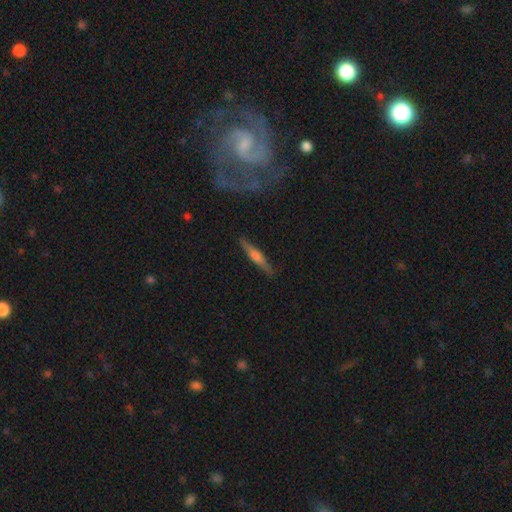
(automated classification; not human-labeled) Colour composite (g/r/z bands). It shows a featured or disk galaxy (64%) viewed edge-on (95%) with a rounded central bulge (85%). Merging: none (88%).